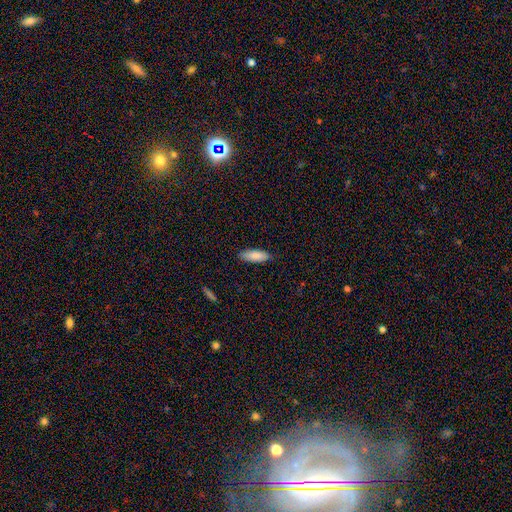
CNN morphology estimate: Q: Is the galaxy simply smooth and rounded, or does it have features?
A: smooth — 86%.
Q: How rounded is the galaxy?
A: in between — 66%.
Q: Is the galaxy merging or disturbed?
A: none — 86%.